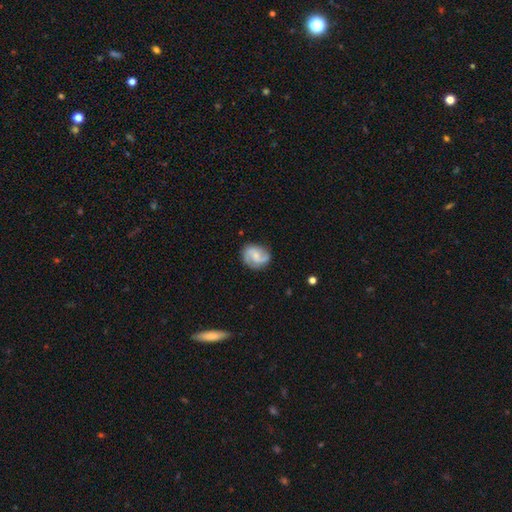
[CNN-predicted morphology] This is likely a featured or disk galaxy (75%). It is clearly not viewed edge-on (98%). Bar: possibly no (45%). Spiral arm pattern: clearly yes (96%). Spiral arm count: clearly 2 (81%). Spiral winding: possibly medium (49%). Central bulge: possibly small (47%). Merging: likely none (78%).